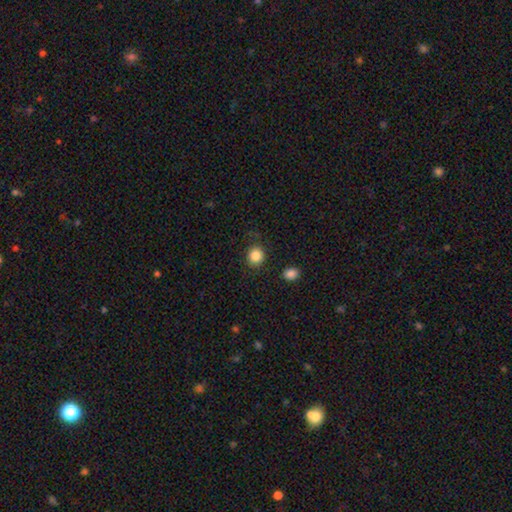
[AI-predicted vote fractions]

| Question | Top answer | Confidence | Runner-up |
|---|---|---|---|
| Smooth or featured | smooth | 86% | star or artifact (10%) |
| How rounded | round | 82% | in between (17%) |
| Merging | none | 86% | minor disturbance (8%) |